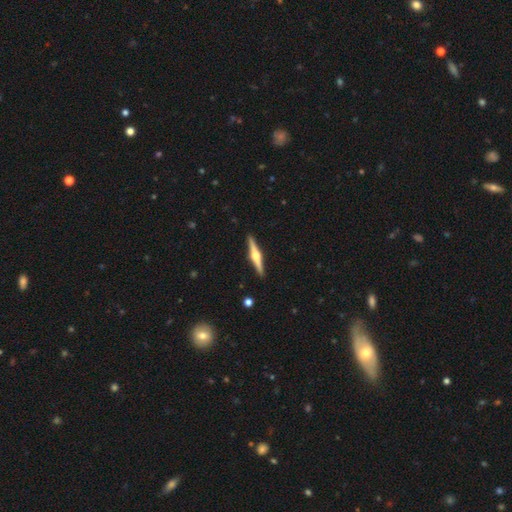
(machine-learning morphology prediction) Smooth or featured: featured or disk — 78% (smooth — 17%)
Edge-on disk: yes — 98% (no — 2%)
Edge-on bulge: rounded — 94% (boxy — 4%)
Merging: none — 92% (minor disturbance — 6%)